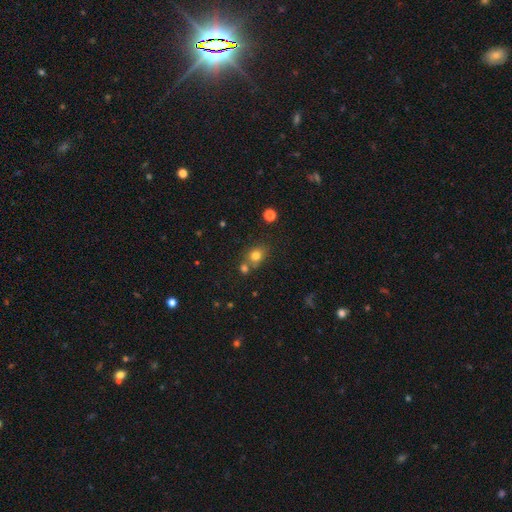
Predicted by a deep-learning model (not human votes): This is likely a smooth galaxy (77%). How rounded: likely round (63%). Merging: possibly none (58%).